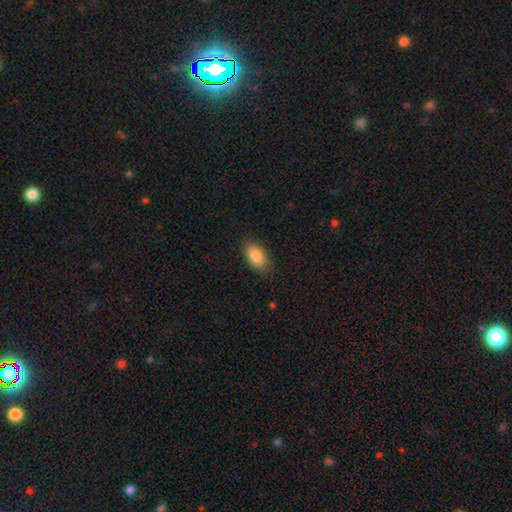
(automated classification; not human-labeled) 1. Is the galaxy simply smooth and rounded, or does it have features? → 87% smooth, 7% featured or disk, 7% star or artifact.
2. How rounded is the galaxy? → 92% in between, 5% cigar-shaped, 3% round.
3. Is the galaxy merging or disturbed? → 82% none, 14% minor disturbance, 3% major disturbance, 1% merger.